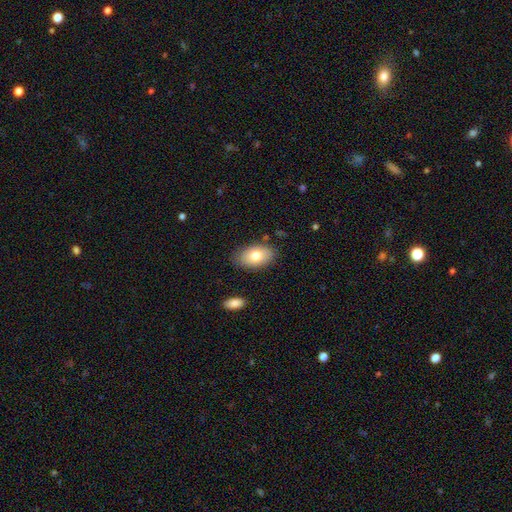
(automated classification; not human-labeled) The model was most divided on "smooth or featured": smooth: 77%, featured or disk: 16%, star or artifact: 7%. More confident: how rounded — in between (91%); merging — none (83%).